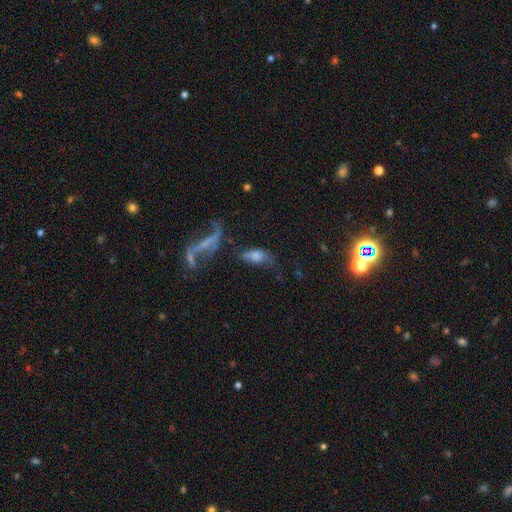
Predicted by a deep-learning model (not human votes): This appears to be a smooth galaxy with no disk features (57%) that is in between round and cigar-shaped (74%). Merging: none (31%).